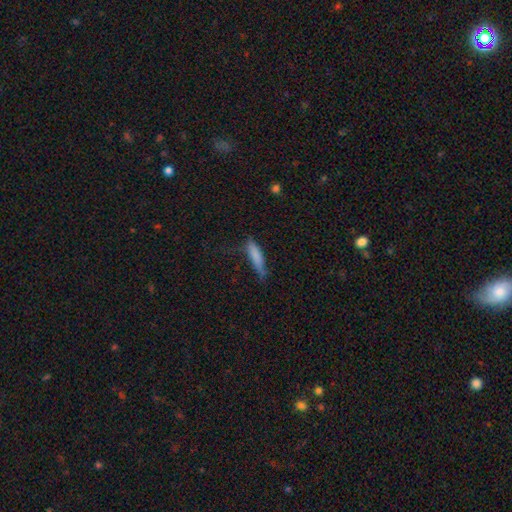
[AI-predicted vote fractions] A smooth galaxy with no disk features (78%) that is cigar-shaped (72%).

Vote fractions:
- Smooth or featured? smooth: 78% / featured or disk: 15% / star or artifact: 7%
- How rounded? cigar-shaped: 72% / in between: 26% / round: 2%
- Merging? none: 50% / minor disturbance: 33% / major disturbance: 14% / merger: 3%